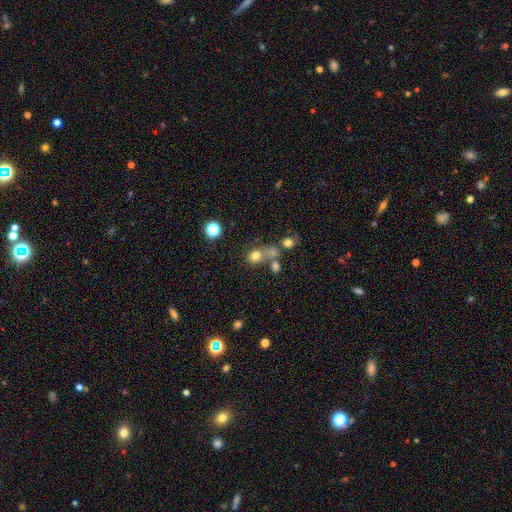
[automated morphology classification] This appears to be a smooth galaxy with no disk features (72%) that is round (74%). Merging: none (45%).